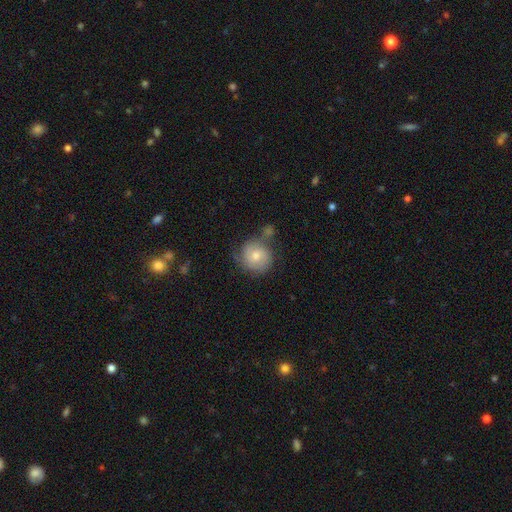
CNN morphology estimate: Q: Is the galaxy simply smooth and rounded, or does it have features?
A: smooth — 57%.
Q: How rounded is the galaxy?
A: round — 86%.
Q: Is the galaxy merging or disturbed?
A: none — 50%.